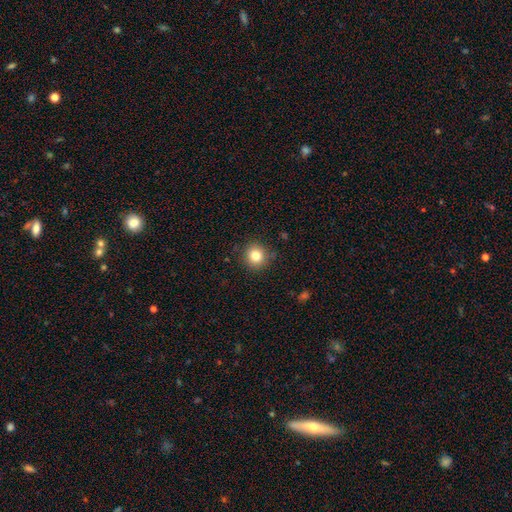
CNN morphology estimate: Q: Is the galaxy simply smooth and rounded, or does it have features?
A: smooth — 81%.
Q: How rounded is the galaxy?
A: round — 90%.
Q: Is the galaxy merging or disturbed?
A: none — 88%.